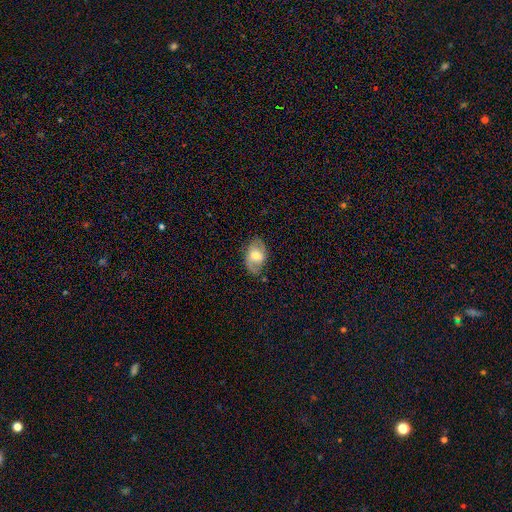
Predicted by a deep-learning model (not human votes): This is possibly a smooth galaxy (49%). Merging: likely none (75%).